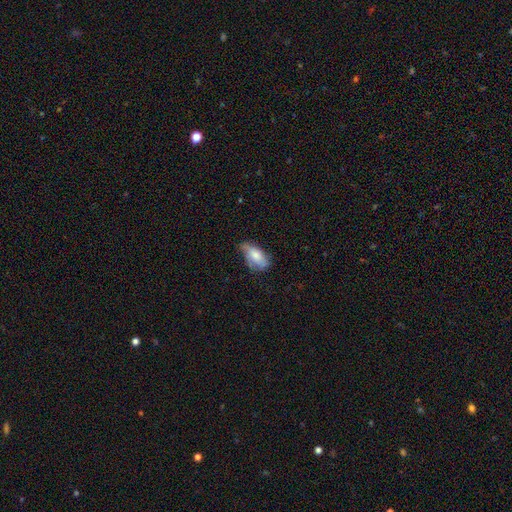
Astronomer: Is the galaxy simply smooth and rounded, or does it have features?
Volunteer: smooth — 79%.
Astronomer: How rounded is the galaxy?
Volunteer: in between — 87%.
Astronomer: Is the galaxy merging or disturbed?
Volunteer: minor disturbance — 36% (runner-up: none, 33%).